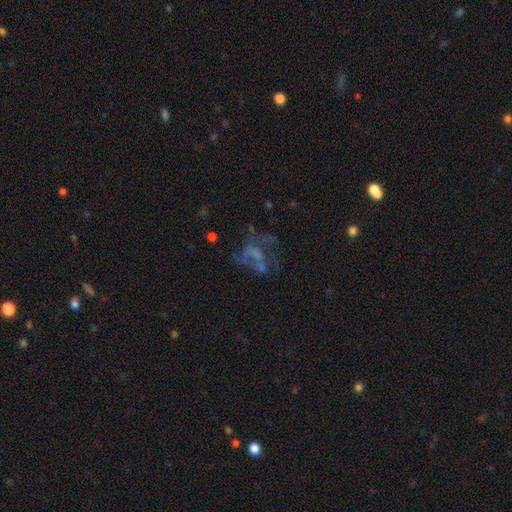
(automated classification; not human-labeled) A featured or disk galaxy (57%) with no bar (70%), no spiral arms (63%) and no central bulge (64%).

Vote fractions:
- Smooth or featured? featured or disk: 57% / star or artifact: 23% / smooth: 20%
- Edge-on disk? no: 97% / yes: 3%
- Bar? no: 70% / weak: 22% / strong: 7%
- Spiral arms? no: 63% / yes: 37%
- Bulge size? none: 64% / small: 17% / moderate: 14% / large: 3% / dominant: 1%
- Merging? none: 39% / major disturbance: 38% / minor disturbance: 15% / merger: 8%